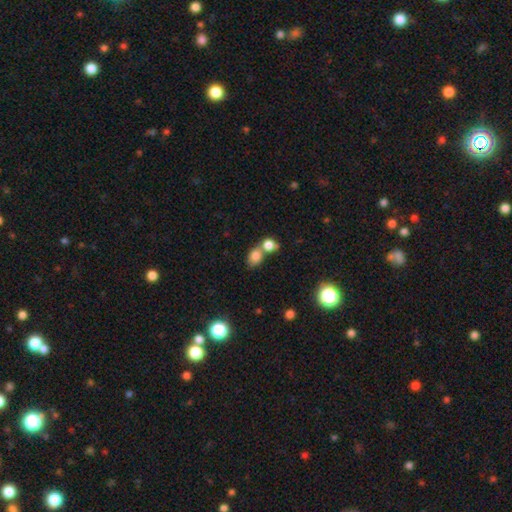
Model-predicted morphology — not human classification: Smooth or featured: smooth — 80% (star or artifact — 11%)
How rounded: in between — 52% (round — 46%)
Merging: merger — 54% (none — 34%)